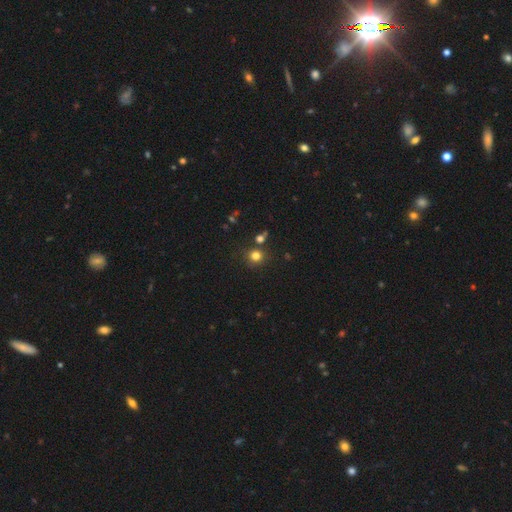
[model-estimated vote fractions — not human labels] Smooth or featured: smooth — 78% (star or artifact — 16%)
How rounded: round — 89% (in between — 10%)
Merging: none — 79% (merger — 9%)